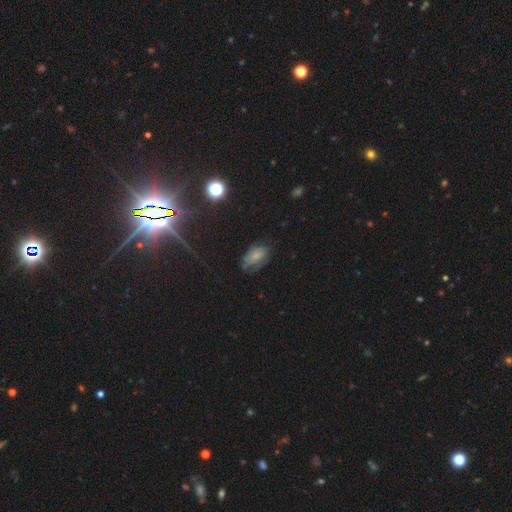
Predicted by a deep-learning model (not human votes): Morphology: type=smooth (56%); roundness=in between (88%); merging=none (52%).